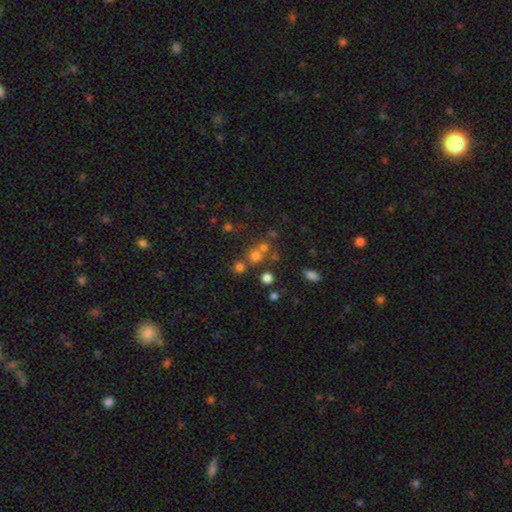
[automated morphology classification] The model was most divided on "merging": none: 59%, merger: 30%, minor disturbance: 8%, major disturbance: 4%. More confident: how rounded — round (86%); smooth or featured — smooth (64%).